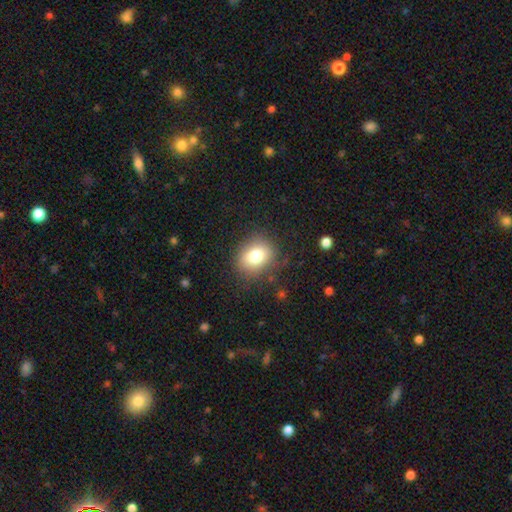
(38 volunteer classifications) Smooth or featured?
  - smooth: 84% *
  - featured or disk: 11%
  - star or artifact: 5%
How rounded?
  - round: 66% *
  - in between: 34%
  - cigar-shaped: 0%
Merging?
  - none: 75% *
  - minor disturbance: 11%
  - major disturbance: 11%
  - merger: 3%